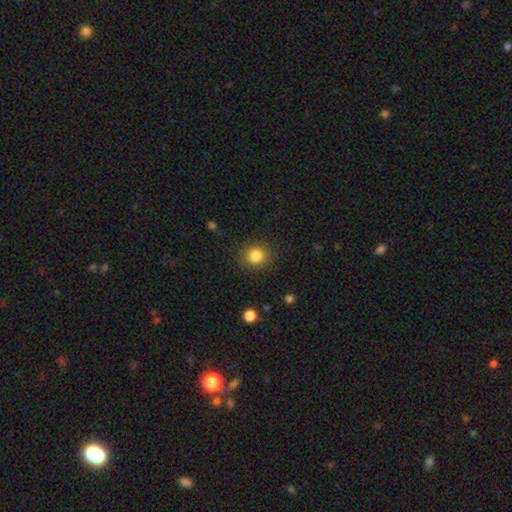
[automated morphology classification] A smooth galaxy with no disk features (84%) that is round (84%). Merging: none (88%).